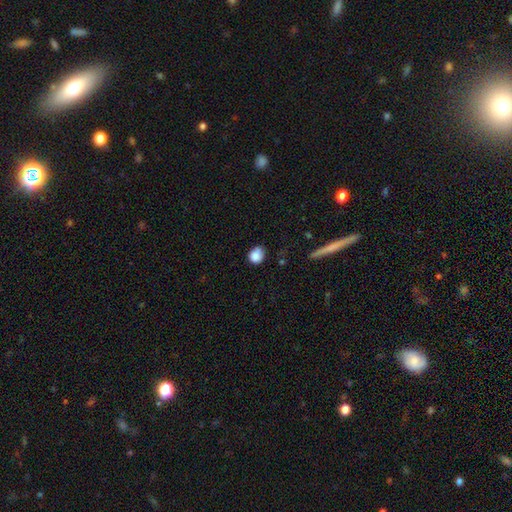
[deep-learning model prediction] The model was most divided on "how rounded": round: 62%, in between: 37%, cigar-shaped: 1%. More confident: smooth or featured — smooth (86%); merging — none (62%).